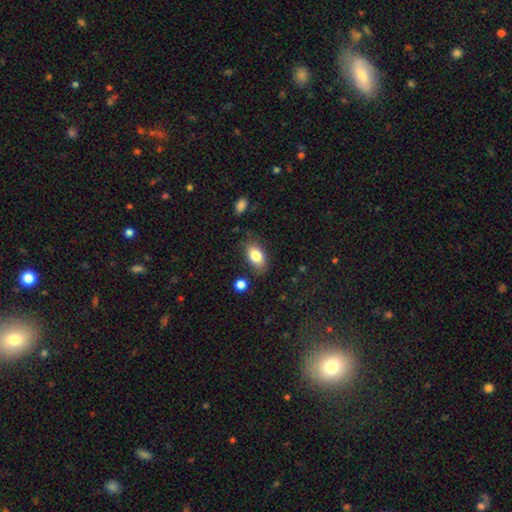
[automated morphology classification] This is clearly a smooth galaxy (82%). How rounded: clearly in between (90%). Merging: likely none (78%).